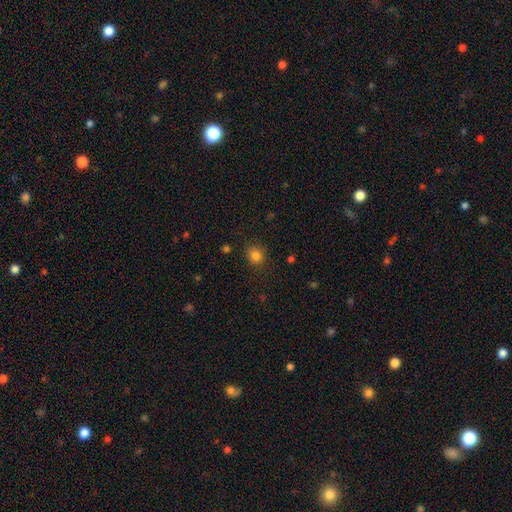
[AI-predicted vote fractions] The model was most divided on "how rounded": round: 78%, in between: 22%, cigar-shaped: 1%. More confident: merging — none (85%); smooth or featured — smooth (82%).